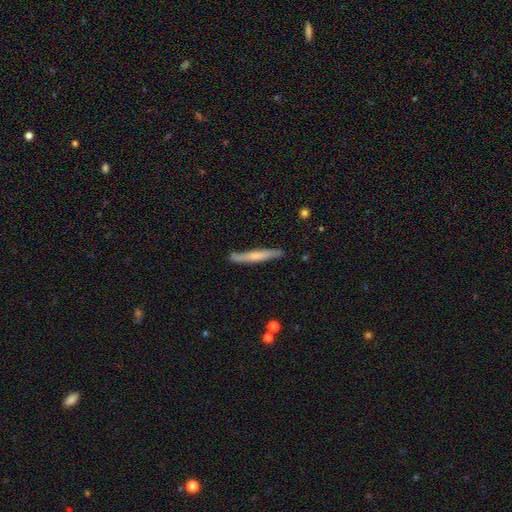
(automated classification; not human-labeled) Q: Smooth or featured?
A: smooth (56%); runner-up: featured or disk (38%)
Q: How rounded?
A: cigar-shaped (96%); runner-up: in between (3%)
Q: Merging?
A: none (85%); runner-up: minor disturbance (11%)